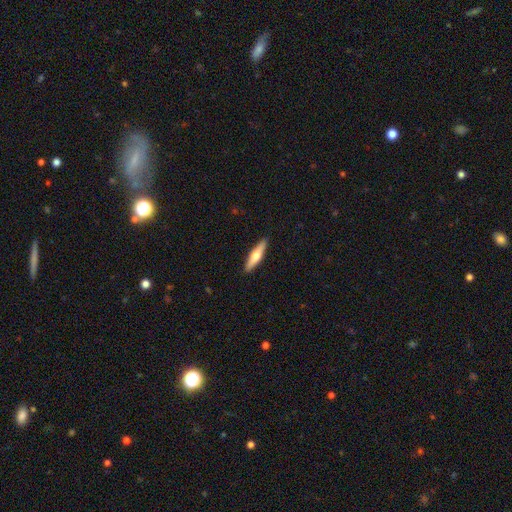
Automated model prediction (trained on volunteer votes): This appears to be a smooth galaxy with no disk features (50%) that is cigar-shaped (78%). Merging: none (90%).